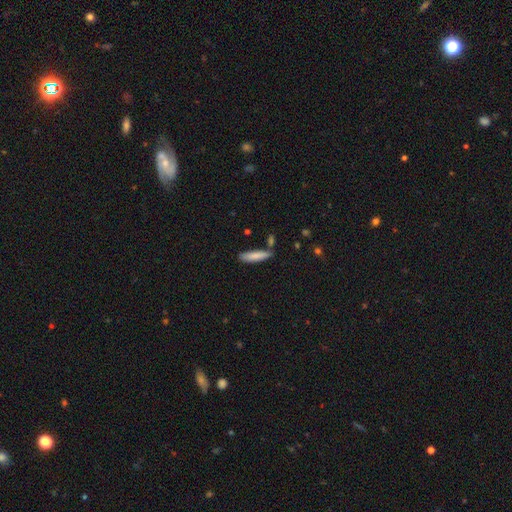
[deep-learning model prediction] This is clearly a smooth galaxy (82%). How rounded: clearly cigar-shaped (80%). Merging: likely none (75%).